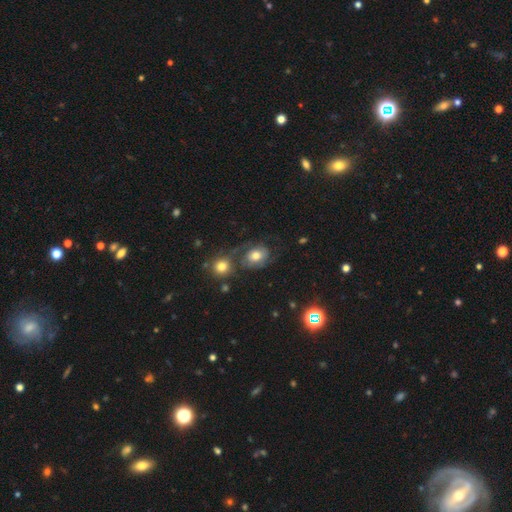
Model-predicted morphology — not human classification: type=smooth (49%); merging=none (46%).